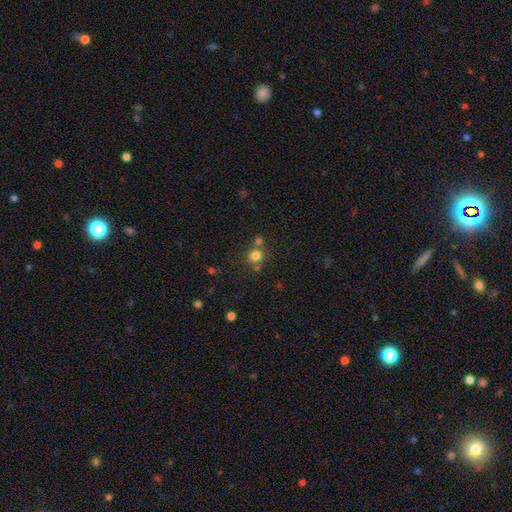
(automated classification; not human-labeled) A smooth galaxy with no disk features (77%) that is round (88%).

Vote fractions:
- Smooth or featured? smooth: 77% / star or artifact: 16% / featured or disk: 7%
- How rounded? round: 88% / in between: 11% / cigar-shaped: 1%
- Merging? none: 63% / merger: 26% / minor disturbance: 8% / major disturbance: 3%